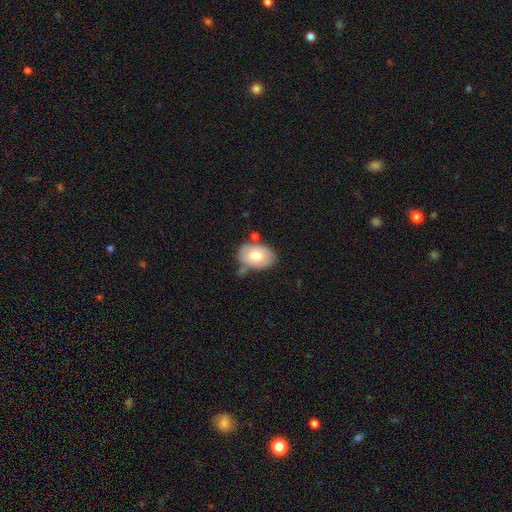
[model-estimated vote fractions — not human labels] Q: Smooth or featured?
A: smooth (64%); runner-up: featured or disk (30%)
Q: How rounded?
A: in between (83%); runner-up: round (16%)
Q: Merging?
A: none (59%); runner-up: minor disturbance (23%)